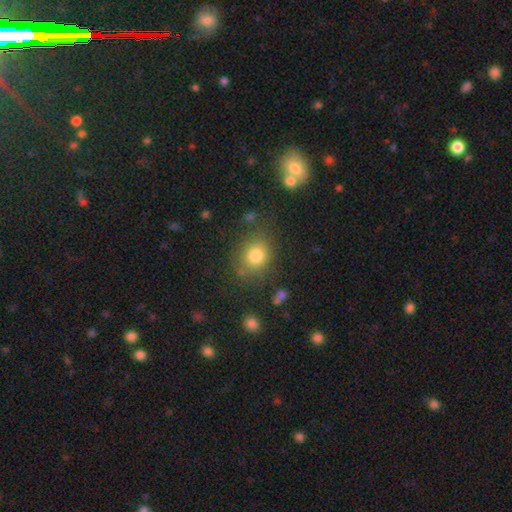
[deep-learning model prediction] smooth_or_featured: smooth (p=0.80) [alt: star or artifact p=0.13]
how_rounded: round (p=0.70) [alt: in between p=0.29]
merging: none (p=0.76) [alt: minor disturbance p=0.14]